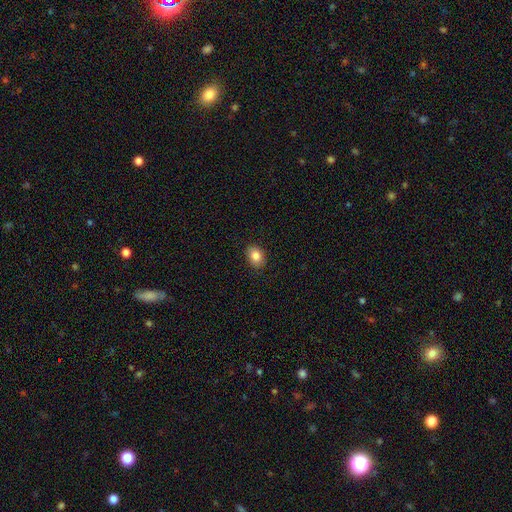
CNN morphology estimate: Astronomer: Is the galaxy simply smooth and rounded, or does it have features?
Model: smooth — 85%.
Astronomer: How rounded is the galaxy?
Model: in between — 63%.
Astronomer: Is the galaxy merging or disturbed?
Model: none — 89%.